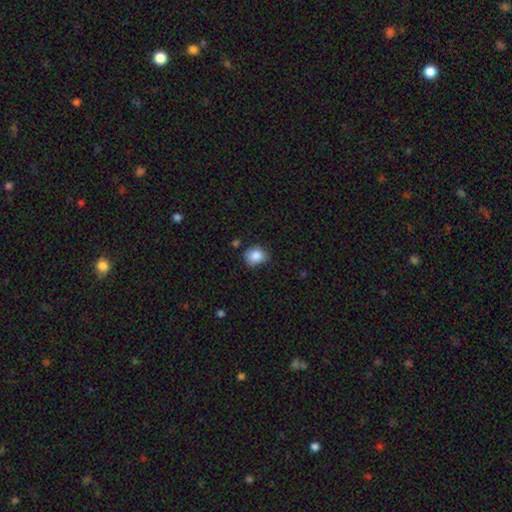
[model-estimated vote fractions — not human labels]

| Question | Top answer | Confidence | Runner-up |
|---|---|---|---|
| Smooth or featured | smooth | 86% | star or artifact (9%) |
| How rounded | round | 67% | in between (32%) |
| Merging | none | 69% | minor disturbance (23%) |